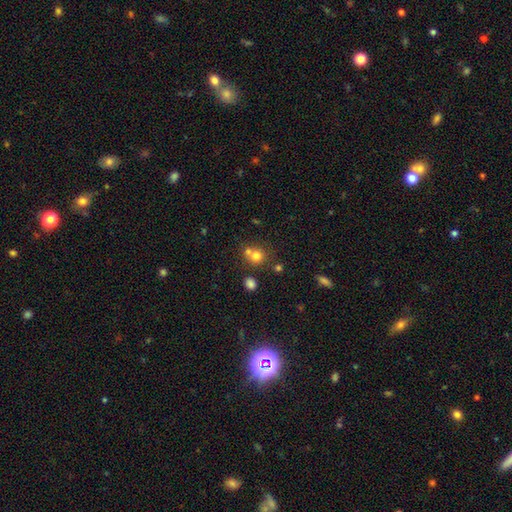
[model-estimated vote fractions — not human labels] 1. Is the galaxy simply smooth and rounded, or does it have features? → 75% smooth, 14% star or artifact, 11% featured or disk.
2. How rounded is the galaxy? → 85% round, 15% in between, 1% cigar-shaped.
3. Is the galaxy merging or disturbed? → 49% none, 39% merger, 8% minor disturbance, 3% major disturbance.